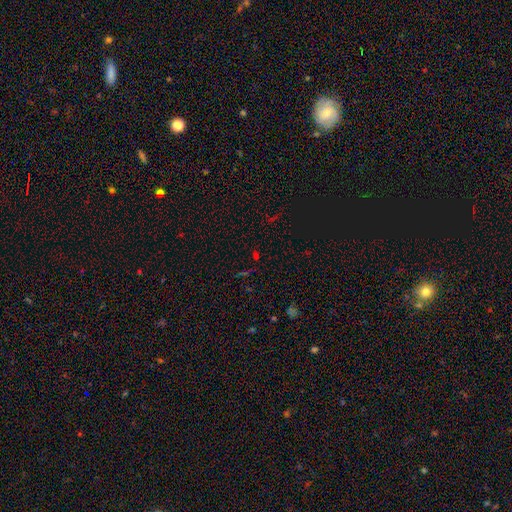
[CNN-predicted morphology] The model was most divided on "smooth or featured": star or artifact: 66%, smooth: 24%, featured or disk: 11%.